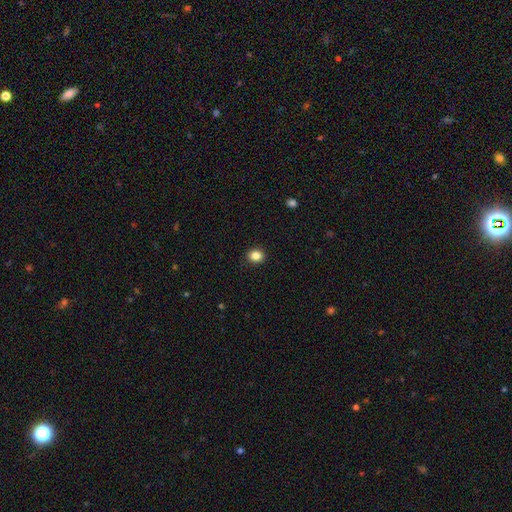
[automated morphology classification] Smooth or featured? smooth (85%)
How rounded? round (65%)
Merging? none (91%)